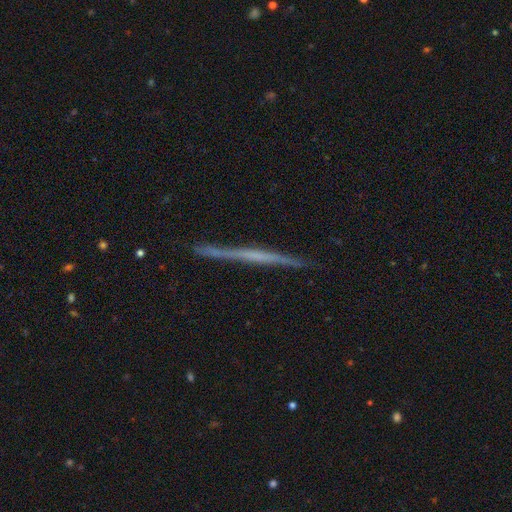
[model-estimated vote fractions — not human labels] Smooth or featured? featured or disk (66%)
Edge-on disk? yes (98%)
Edge-on bulge? none (80%)
Merging? none (89%)